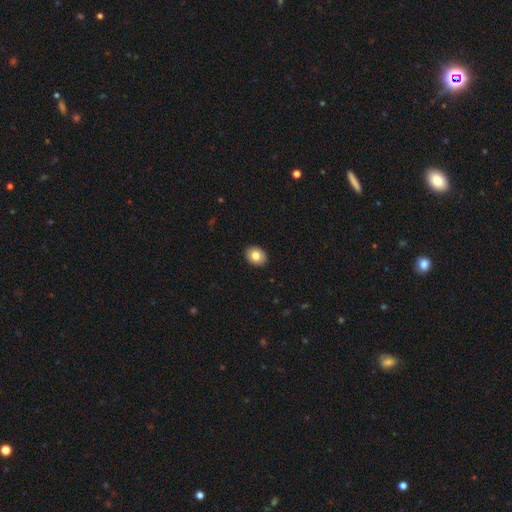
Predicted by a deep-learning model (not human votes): Smooth or featured? Predicted: smooth (p=0.81). How rounded? Predicted: in between (p=0.55). Merging? Predicted: none (p=0.92).